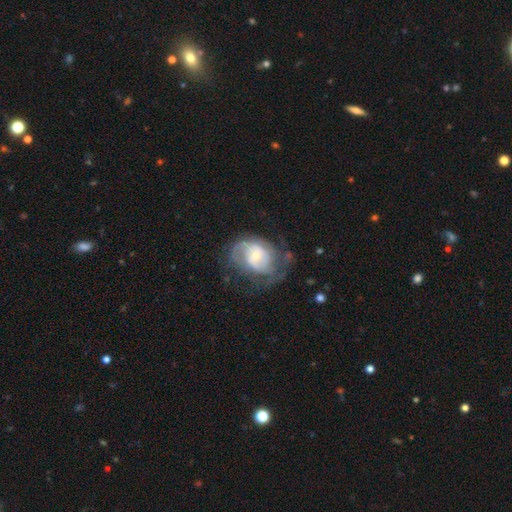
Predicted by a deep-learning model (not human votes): The model was most divided on "spiral winding": medium: 42%, tight: 37%, loose: 21%. Remaining: edge-on disk — no (97%); spiral arms — yes (85%); smooth or featured — featured or disk (75%); bar — no (58%); bulge size — small (54%); merging — none (48%); spiral arm count — 2 (46%).